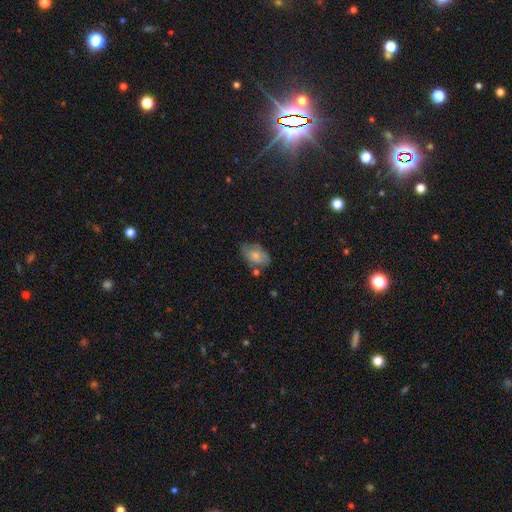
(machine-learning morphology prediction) type=smooth (73%); roundness=in between (90%); merging=none (59%).